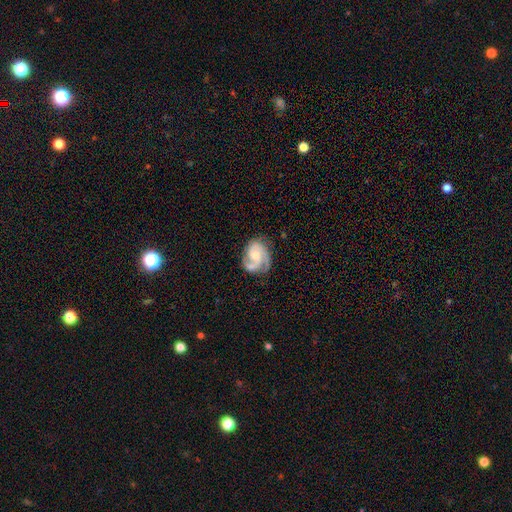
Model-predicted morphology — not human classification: Smooth or featured? Predicted: featured or disk (p=0.82). Edge-on disk? Predicted: no (p=0.98). Bar? Predicted: no (p=0.64). Spiral arms? Predicted: yes (p=0.96). Spiral winding? Predicted: medium (p=0.47). Spiral arm count? Predicted: 2 (p=0.41). Bulge size? Predicted: small (p=0.49). Merging? Predicted: none (p=0.61).